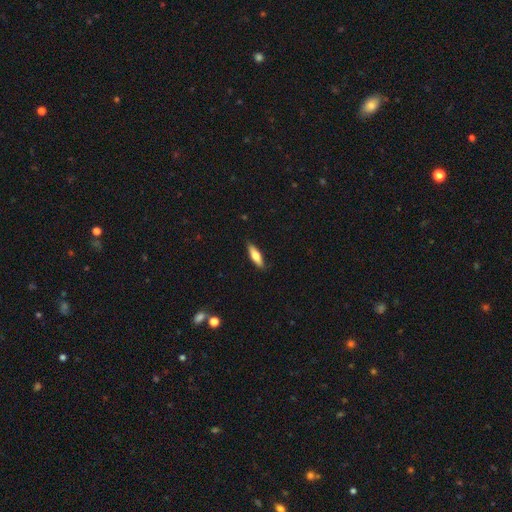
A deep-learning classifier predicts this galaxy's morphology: smooth 64%, featured or disk 30%, star or artifact 6%. Down the decision tree: how rounded — cigar-shaped (53%); merging — none (87%).